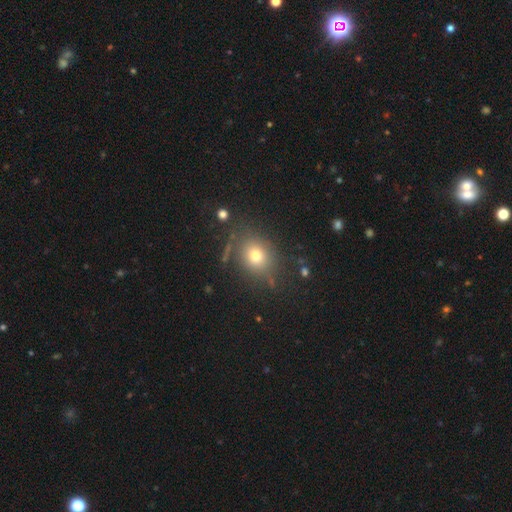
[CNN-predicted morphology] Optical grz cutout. It shows a smooth galaxy with no disk features (72%) that is round (63%). Merging: none (78%).